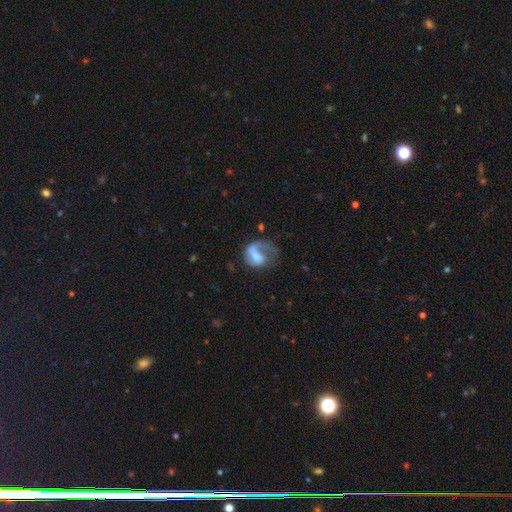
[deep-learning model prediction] Smooth or featured?
  - featured or disk: 65% *
  - smooth: 28%
  - star or artifact: 7%
Edge-on disk?
  - no: 98% *
  - yes: 2%
Bar?
  - no: 43% * (tied)
  - weak: 43% * (tied)
  - strong: 14%
Spiral arms?
  - yes: 83% *
  - no: 17%
Spiral winding?
  - loose: 48% *
  - medium: 35%
  - tight: 17%
Spiral arm count?
  - 1: 78% *
  - 2: 13%
  - can't tell: 6%
  - 3: 1%
  - 4: 1%
  - more than 4: 1%
Bulge size?
  - moderate: 46% *
  - small: 34%
  - none: 9%
  - large: 8%
  - dominant: 2%
Merging?
  - major disturbance: 44% *
  - none: 34%
  - minor disturbance: 17%
  - merger: 5%